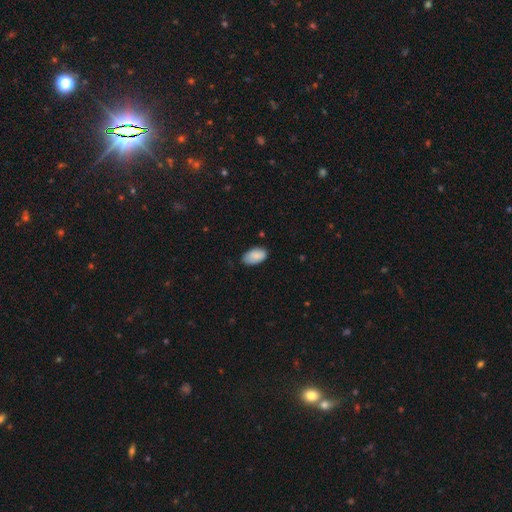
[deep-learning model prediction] smooth-or-featured: smooth: 88% | star or artifact: 6% | featured or disk: 5%
  how-rounded: in between: 94% | round: 4% | cigar-shaped: 1%
  merging: none: 72% | minor disturbance: 23% | major disturbance: 3% | merger: 1%